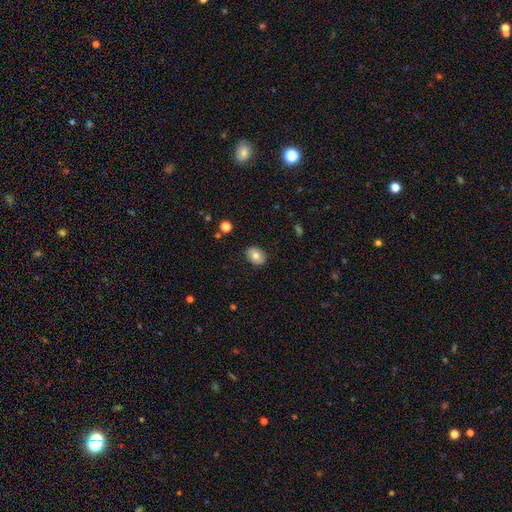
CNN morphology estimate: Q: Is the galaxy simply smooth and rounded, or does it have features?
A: smooth — 74%.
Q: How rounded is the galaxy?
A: in between — 60%.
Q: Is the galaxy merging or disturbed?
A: none — 87%.